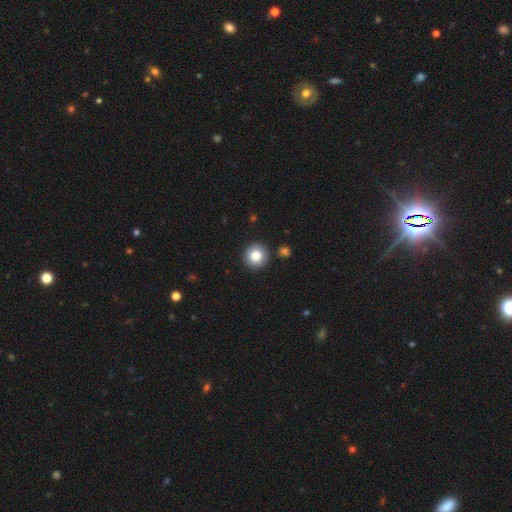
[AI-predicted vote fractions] Morphology: type=smooth (83%); roundness=round (94%); merging=none (90%).